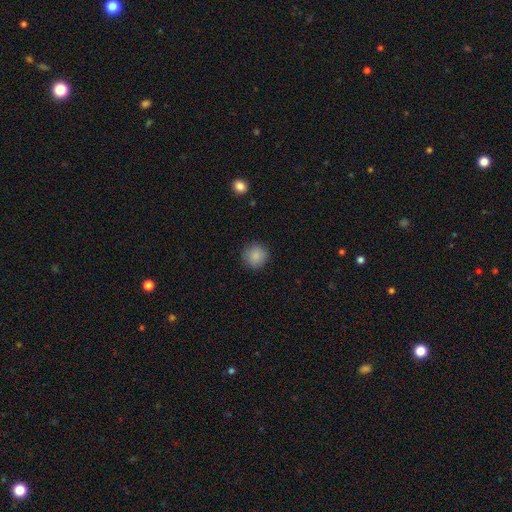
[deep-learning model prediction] This appears to be a smooth galaxy with no disk features (88%) that is round (93%). Merging: none (90%).